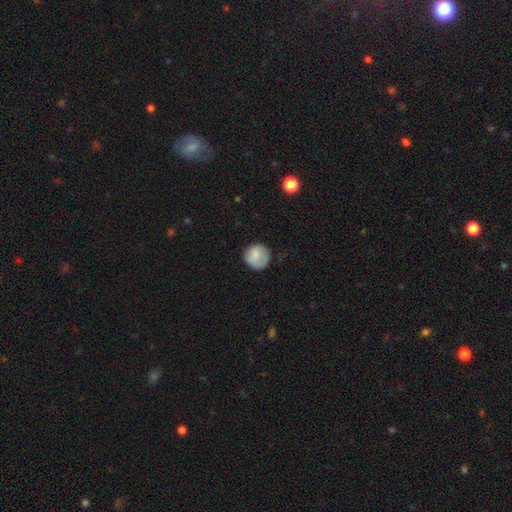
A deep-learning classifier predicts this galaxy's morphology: This appears to be a smooth galaxy with no disk features (82%) that is round (92%). Merging: none (76%).